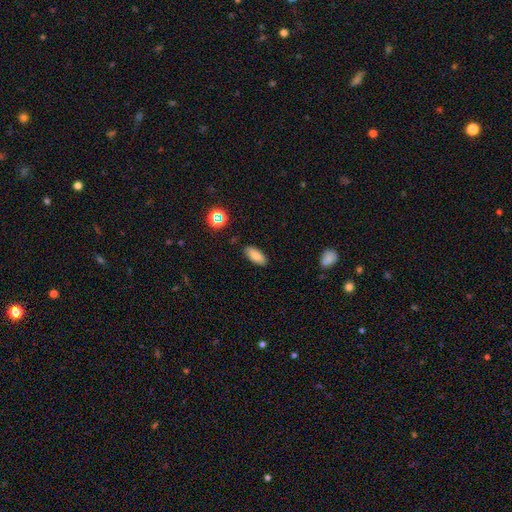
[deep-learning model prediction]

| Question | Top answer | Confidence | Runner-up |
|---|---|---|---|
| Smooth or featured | smooth | 82% | star or artifact (9%) |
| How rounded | in between | 84% | cigar-shaped (13%) |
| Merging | none | 86% | minor disturbance (10%) |